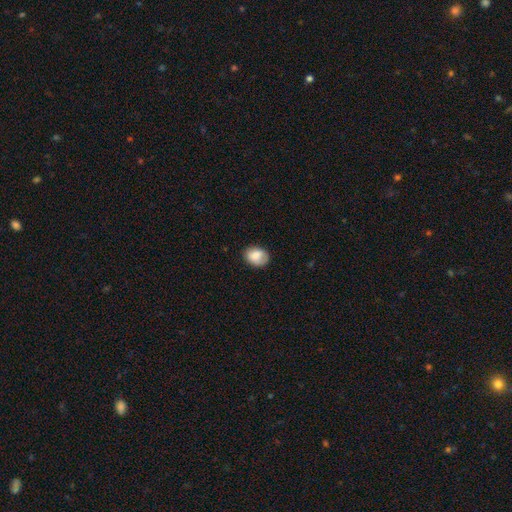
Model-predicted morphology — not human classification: A smooth galaxy with no disk features (82%) that is in between round and cigar-shaped (69%). Merging: none (74%).